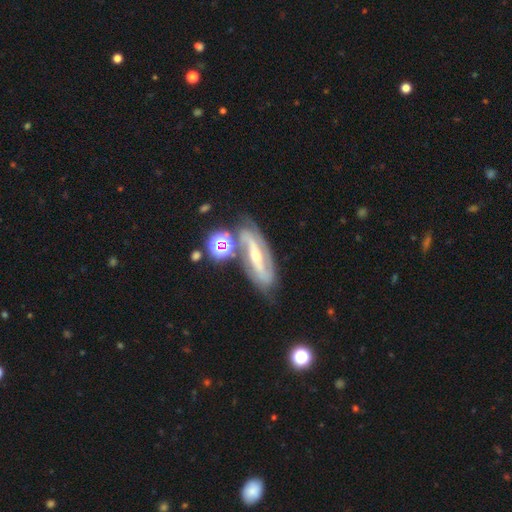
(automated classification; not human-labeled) This is clearly a featured or disk galaxy (84%). It is clearly not viewed edge-on (87%). Bar: possibly strong (57%). Spiral arm pattern: clearly yes (93%). Spiral arm count: clearly 2 (85%). Spiral winding: marginally medium (43%). Central bulge: possibly small (52%). Merging: likely none (68%).